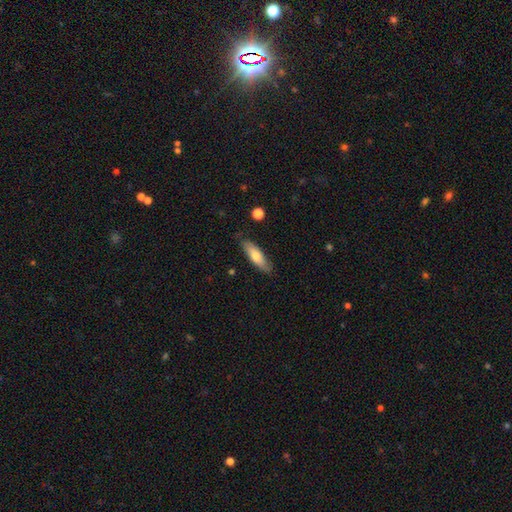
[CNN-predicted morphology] smooth 72%, featured or disk 22%, star or artifact 6%. Down the decision tree: how rounded — cigar-shaped (51%); merging — none (81%).